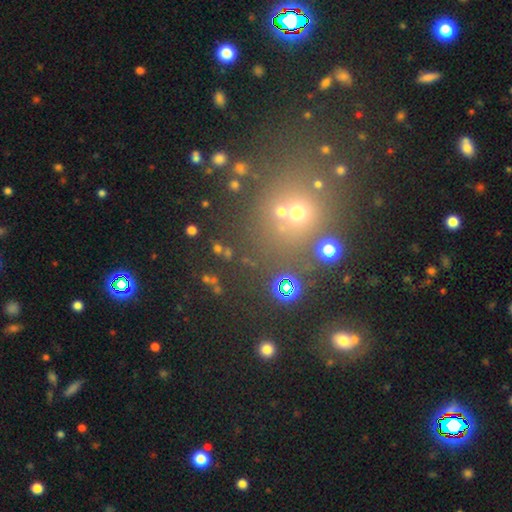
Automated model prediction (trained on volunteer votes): Smooth or featured? Predicted: star or artifact (p=0.51).